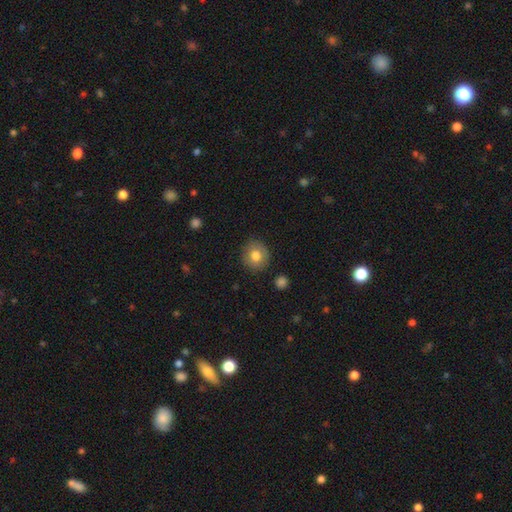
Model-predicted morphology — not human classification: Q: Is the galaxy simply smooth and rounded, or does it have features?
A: smooth — 77%.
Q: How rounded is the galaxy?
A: round — 83%.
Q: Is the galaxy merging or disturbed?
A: none — 86%.